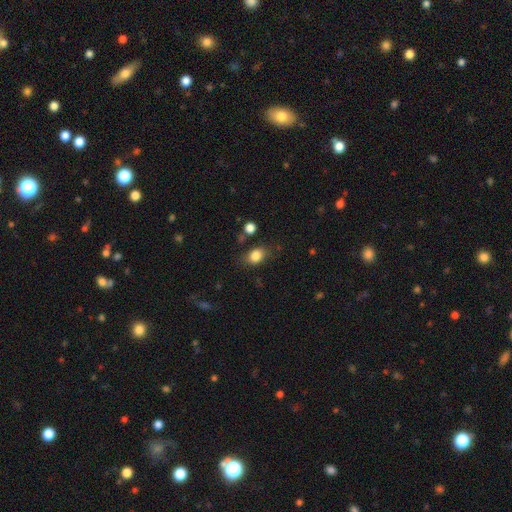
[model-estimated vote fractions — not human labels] This is clearly a smooth galaxy (84%). How rounded: likely in between (66%). Merging: likely none (74%).